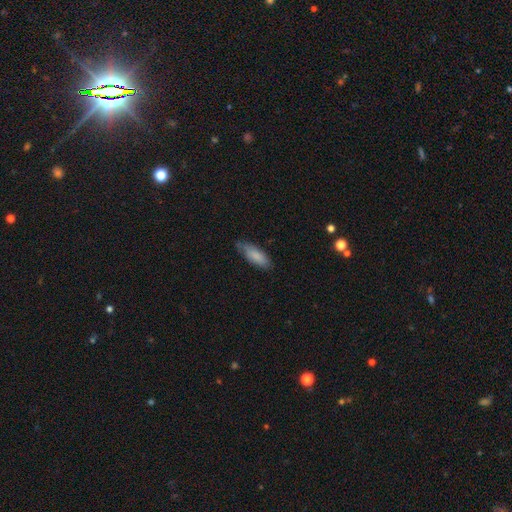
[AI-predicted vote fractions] This appears to be a smooth galaxy with no disk features (83%) that is in between round and cigar-shaped (68%). Merging: none (64%).